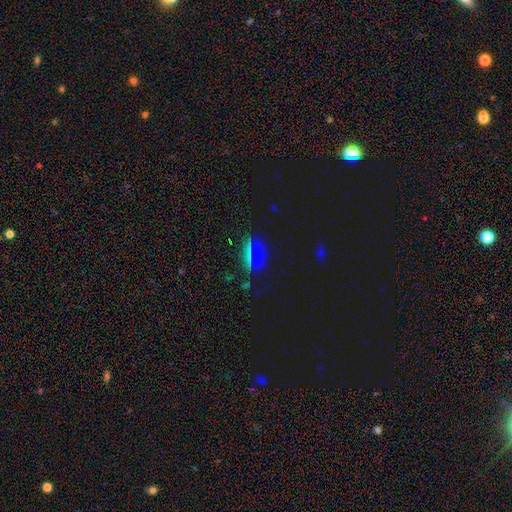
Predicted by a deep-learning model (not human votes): A smooth galaxy with no disk features (62%) that is in between round and cigar-shaped (56%). Merging: none (81%).